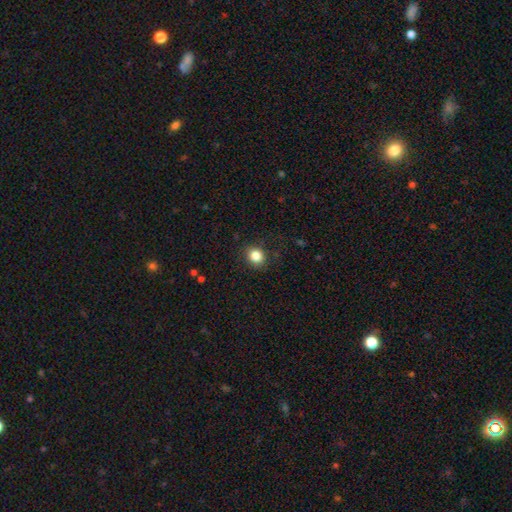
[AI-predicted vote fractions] Smooth or featured: smooth — 85% (star or artifact — 11%)
How rounded: round — 73% (in between — 26%)
Merging: none — 87% (minor disturbance — 9%)